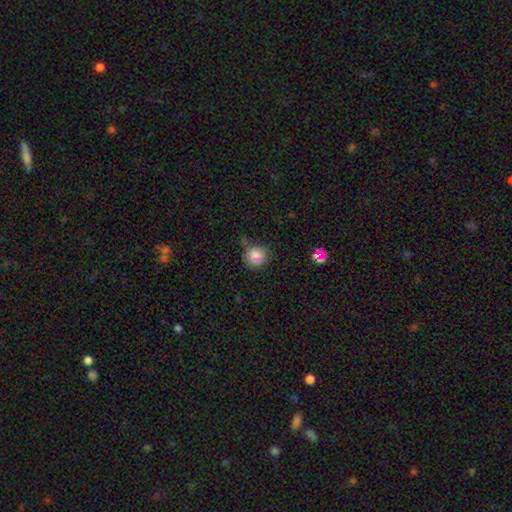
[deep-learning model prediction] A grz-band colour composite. It shows a smooth galaxy with no disk features (85%) that is round (91%). Merging: none (74%).